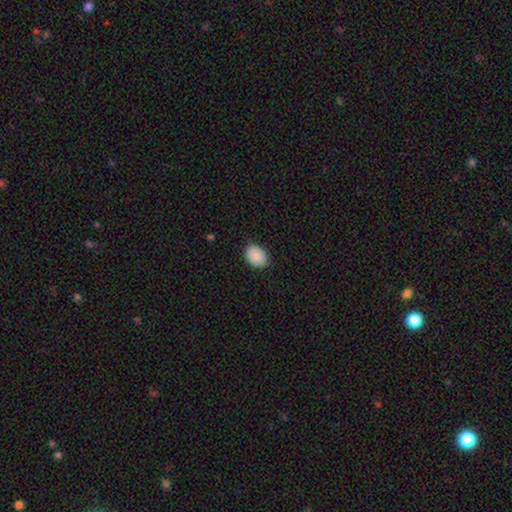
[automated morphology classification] This is clearly a smooth galaxy (90%). How rounded: likely in between (69%). Merging: clearly none (86%).